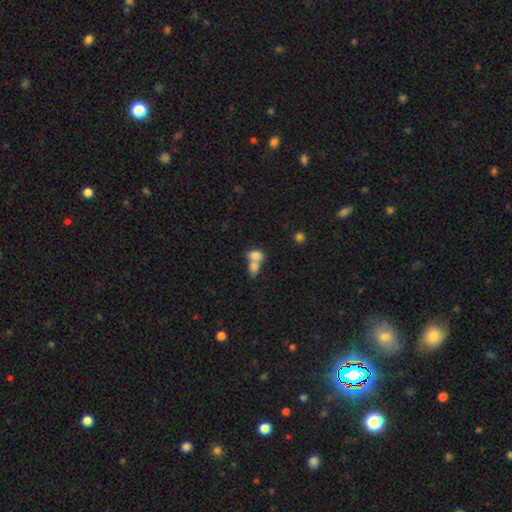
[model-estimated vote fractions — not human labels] Overall: smooth (79%). How rounded: in between (73%). Merging: merger (72%).